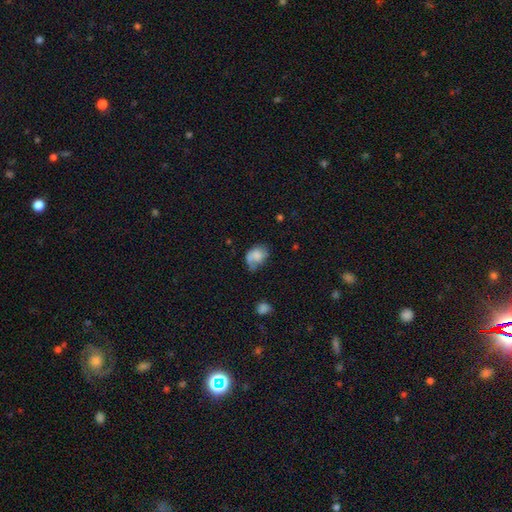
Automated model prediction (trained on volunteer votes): Smooth or featured? Predicted: smooth (p=0.61). How rounded? Predicted: in between (p=0.70). Merging? Predicted: none (p=0.37).